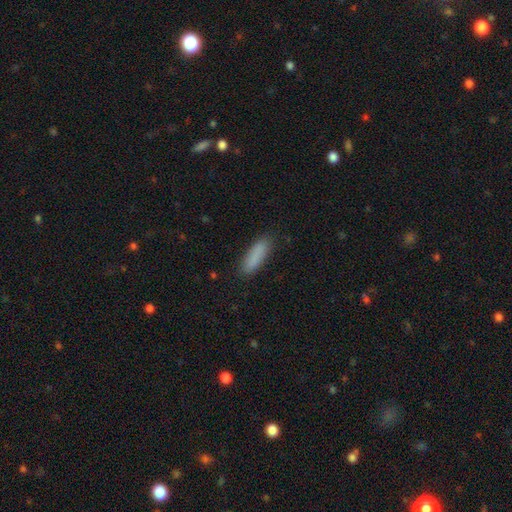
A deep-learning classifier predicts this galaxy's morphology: Overall: smooth (88%). How rounded: cigar-shaped (58%; in between 41%). Merging: none (86%).